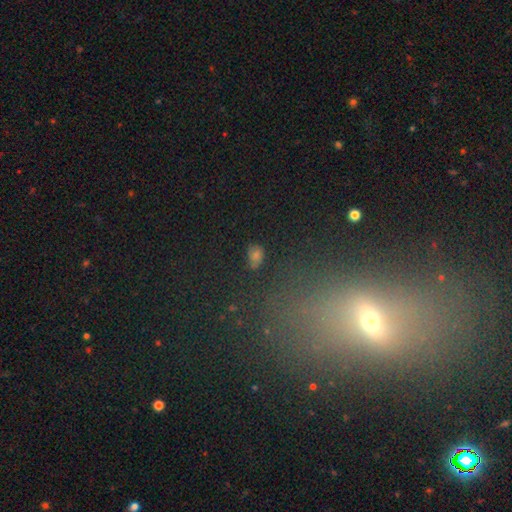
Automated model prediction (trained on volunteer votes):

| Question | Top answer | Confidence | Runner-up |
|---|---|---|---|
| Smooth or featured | smooth | 57% | star or artifact (31%) |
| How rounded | in between | 74% | round (24%) |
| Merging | none | 71% | minor disturbance (16%) |